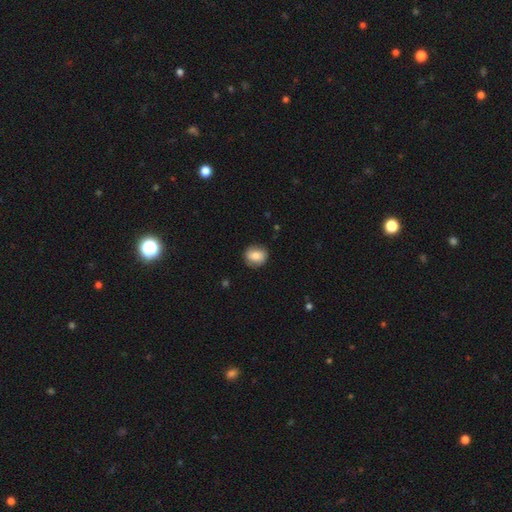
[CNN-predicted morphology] Smooth or featured: smooth — 78% (featured or disk — 14%)
How rounded: round — 76% (in between — 23%)
Merging: none — 84% (minor disturbance — 12%)